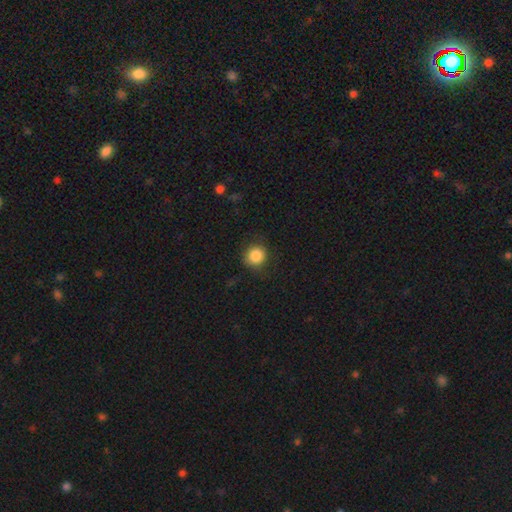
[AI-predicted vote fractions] This appears to be a smooth galaxy with no disk features (86%) that is round (90%). Merging: none (84%).